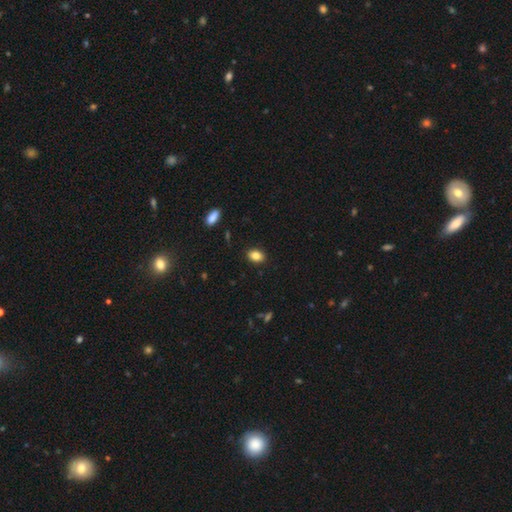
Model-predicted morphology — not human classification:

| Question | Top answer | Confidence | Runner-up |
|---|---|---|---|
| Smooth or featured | smooth | 85% | star or artifact (9%) |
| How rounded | in between | 77% | round (21%) |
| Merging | none | 89% | minor disturbance (8%) |